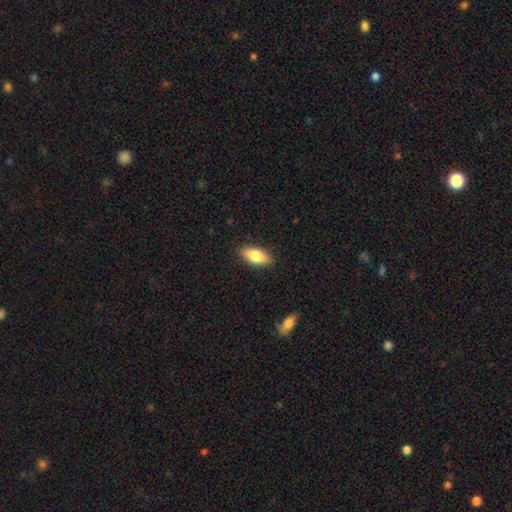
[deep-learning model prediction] smooth_or_featured: smooth (p=0.78) [alt: featured or disk p=0.15]
how_rounded: in between (p=0.85) [alt: cigar-shaped p=0.11]
merging: none (p=0.88) [alt: minor disturbance p=0.09]